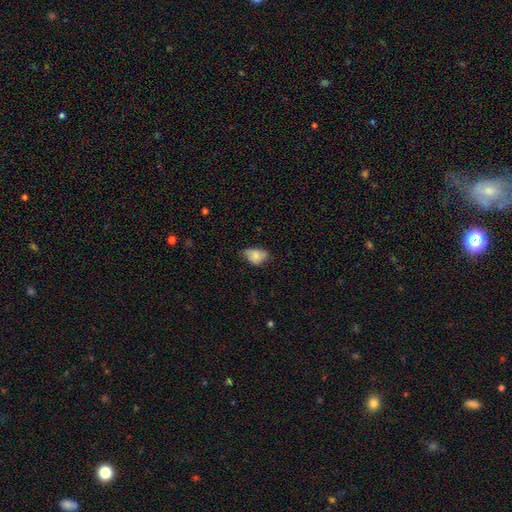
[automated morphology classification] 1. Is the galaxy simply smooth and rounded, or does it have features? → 73% smooth, 19% featured or disk, 8% star or artifact.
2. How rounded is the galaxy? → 81% in between, 17% round, 1% cigar-shaped.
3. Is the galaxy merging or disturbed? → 45% minor disturbance, 39% none, 14% major disturbance, 2% merger.